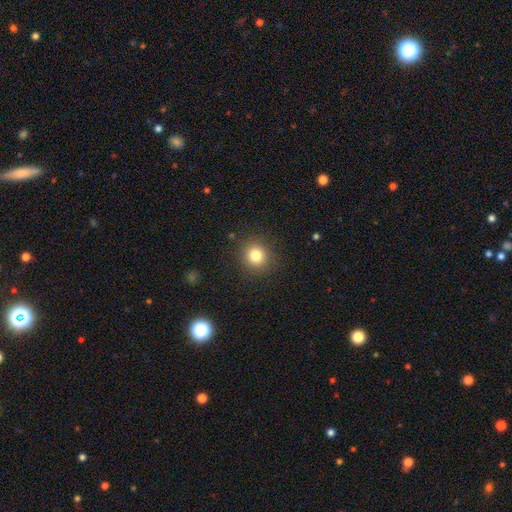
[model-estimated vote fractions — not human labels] smooth-or-featured: smooth: 81% | star or artifact: 12% | featured or disk: 7%
  how-rounded: round: 90% | in between: 9% | cigar-shaped: 1%
  merging: none: 89% | minor disturbance: 7% | major disturbance: 3% | merger: 1%